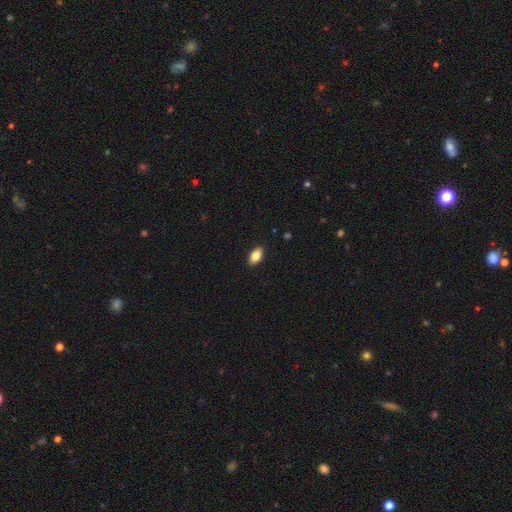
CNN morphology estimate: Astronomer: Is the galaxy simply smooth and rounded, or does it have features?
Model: smooth — 81%.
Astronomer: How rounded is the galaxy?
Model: in between — 91%.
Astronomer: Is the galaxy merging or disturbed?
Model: none — 89%.